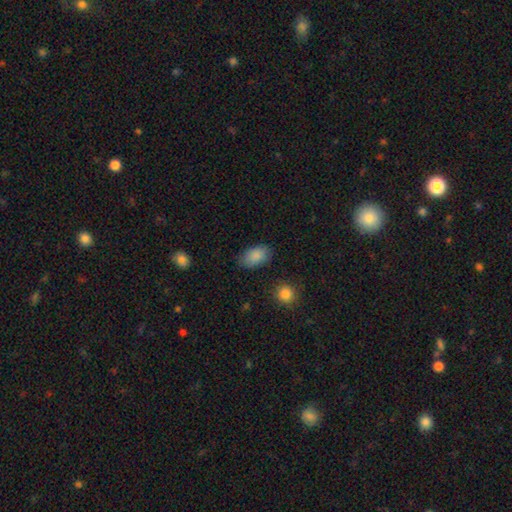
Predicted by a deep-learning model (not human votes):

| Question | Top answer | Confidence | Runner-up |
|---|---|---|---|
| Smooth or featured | smooth | 87% | star or artifact (7%) |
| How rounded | in between | 92% | round (7%) |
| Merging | none | 80% | minor disturbance (14%) |